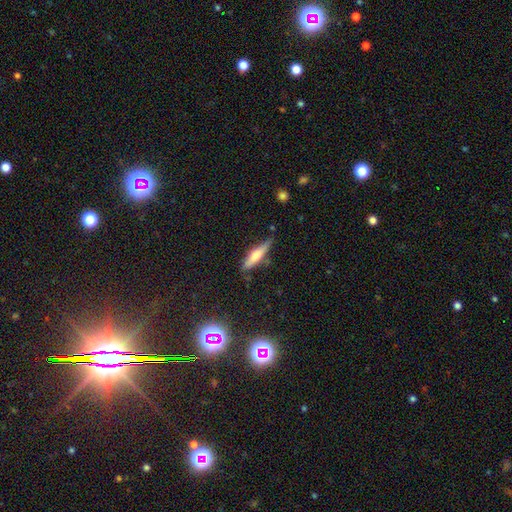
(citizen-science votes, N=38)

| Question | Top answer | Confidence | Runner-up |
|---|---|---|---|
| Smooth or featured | smooth | 53% | featured or disk (42%) |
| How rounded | cigar-shaped | 80% | in between (20%) |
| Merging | none | 89% | minor disturbance (8%) |